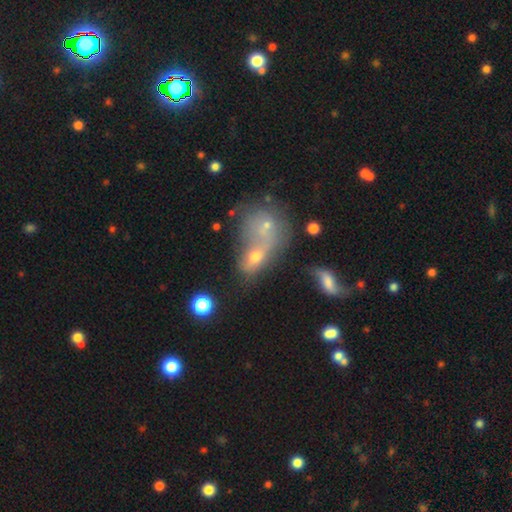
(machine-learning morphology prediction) Smooth or featured?
  - smooth: 54% *
  - featured or disk: 27%
  - star or artifact: 19%
How rounded?
  - in between: 67% *
  - round: 29%
  - cigar-shaped: 5%
Merging?
  - merger: 63% *
  - none: 19%
  - major disturbance: 9%
  - minor disturbance: 9%